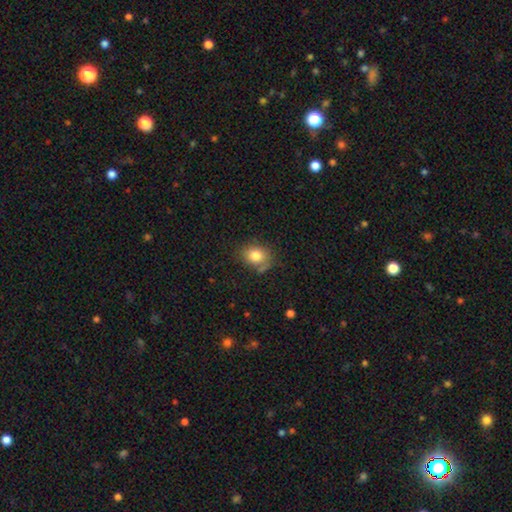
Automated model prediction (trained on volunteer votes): smooth-or-featured: smooth: 80% | star or artifact: 10% | featured or disk: 10%
  how-rounded: round: 51% | in between: 48% | cigar-shaped: 1%
  merging: none: 66% | minor disturbance: 20% | merger: 8% | major disturbance: 6%